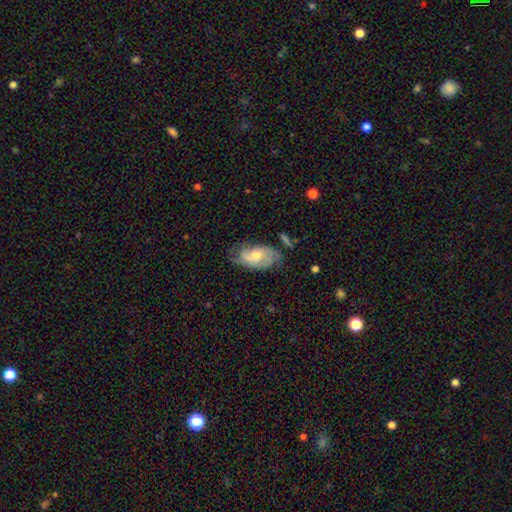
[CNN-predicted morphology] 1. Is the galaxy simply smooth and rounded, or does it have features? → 60% featured or disk, 32% smooth, 7% star or artifact.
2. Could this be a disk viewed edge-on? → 93% no, 7% yes.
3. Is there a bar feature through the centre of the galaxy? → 69% no, 26% weak, 4% strong.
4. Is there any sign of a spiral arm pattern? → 82% yes, 18% no.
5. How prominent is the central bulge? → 64% moderate, 27% small, 6% large, 2% none, 1% dominant.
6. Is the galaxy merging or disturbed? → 60% none, 27% minor disturbance, 10% major disturbance, 3% merger.